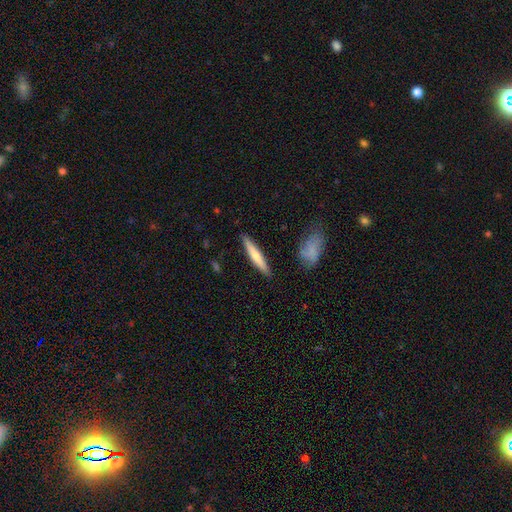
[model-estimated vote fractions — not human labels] Smooth or featured: smooth — 59% (featured or disk — 35%)
How rounded: cigar-shaped — 91% (in between — 8%)
Merging: none — 88% (minor disturbance — 8%)